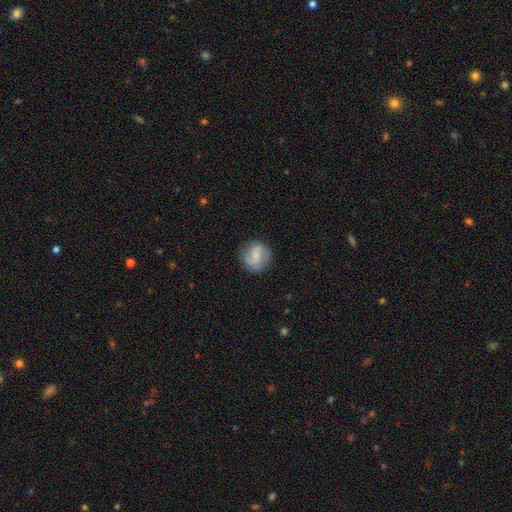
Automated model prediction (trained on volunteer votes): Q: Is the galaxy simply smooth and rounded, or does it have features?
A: featured or disk — 47%.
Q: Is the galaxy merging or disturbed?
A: none — 79%.